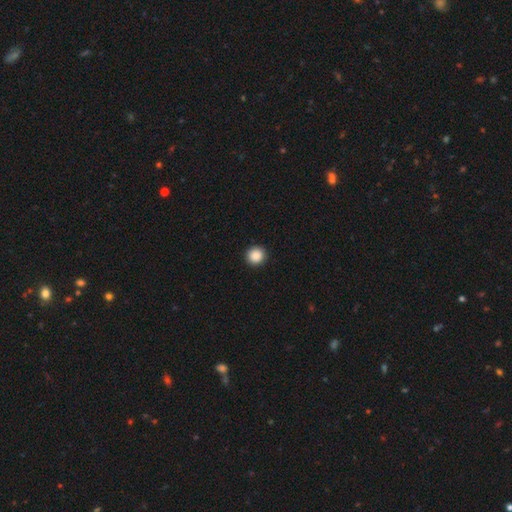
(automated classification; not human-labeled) Q: Smooth or featured?
A: smooth (88%); runner-up: star or artifact (9%)
Q: How rounded?
A: round (95%); runner-up: in between (4%)
Q: Merging?
A: none (93%); runner-up: minor disturbance (4%)